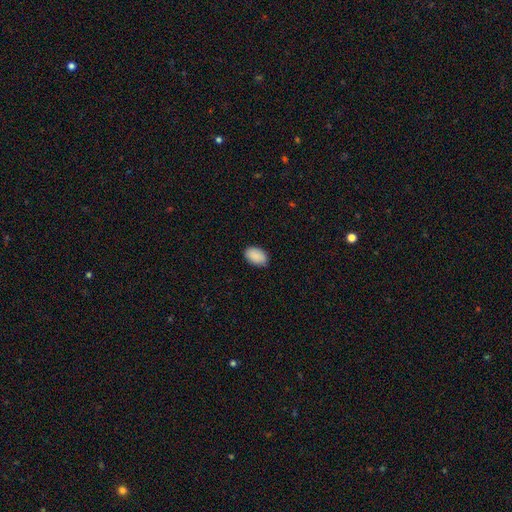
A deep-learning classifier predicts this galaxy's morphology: Smooth or featured? Predicted: smooth (p=0.91). How rounded? Predicted: in between (p=0.91). Merging? Predicted: none (p=0.87).